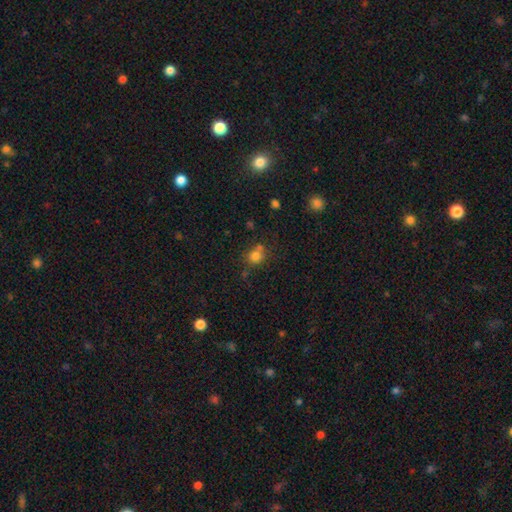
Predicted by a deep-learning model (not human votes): A smooth galaxy with no disk features (77%) that is round (76%). Merging: none (58%).